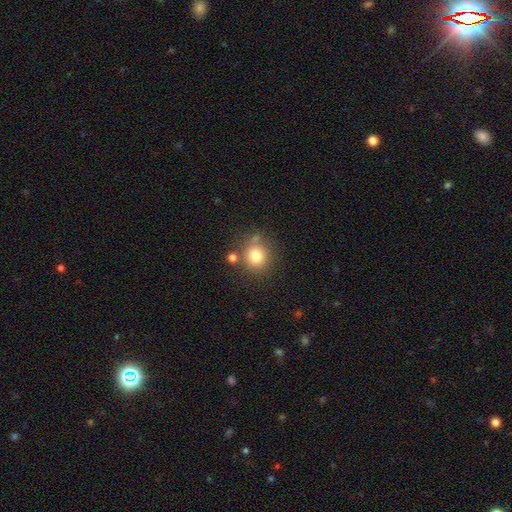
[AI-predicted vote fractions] Smooth or featured: smooth — 79% (star or artifact — 12%)
How rounded: round — 87% (in between — 12%)
Merging: none — 72% (minor disturbance — 12%)